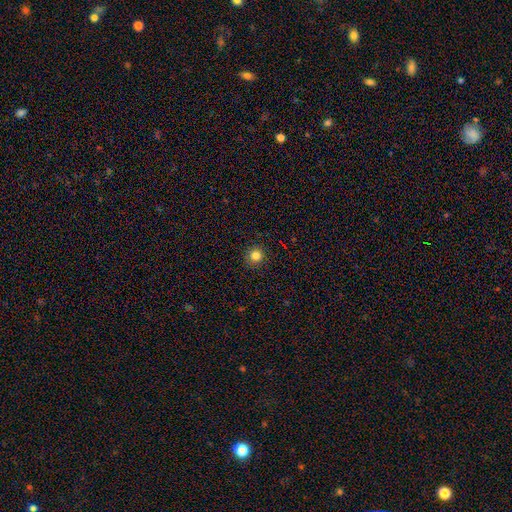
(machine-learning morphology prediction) Q: Smooth or featured?
A: smooth (83%); runner-up: star or artifact (13%)
Q: How rounded?
A: round (93%); runner-up: in between (6%)
Q: Merging?
A: none (91%); runner-up: minor disturbance (6%)